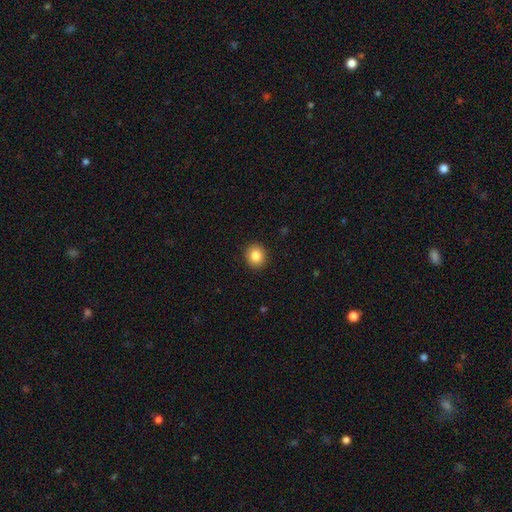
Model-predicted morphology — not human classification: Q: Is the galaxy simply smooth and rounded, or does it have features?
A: smooth — 84%.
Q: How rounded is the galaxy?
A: round — 86%.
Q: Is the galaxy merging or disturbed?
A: none — 92%.